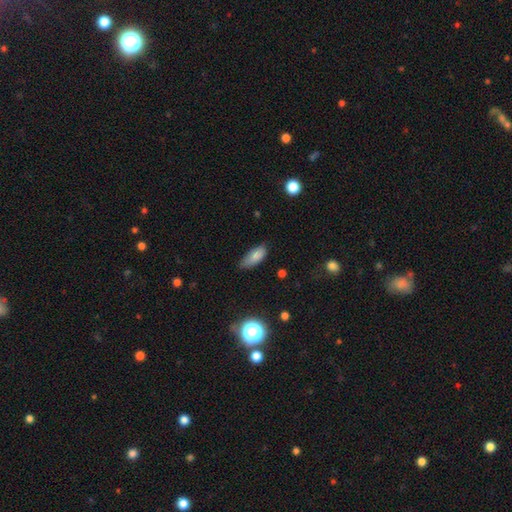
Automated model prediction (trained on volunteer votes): Smooth or featured: smooth — 83% (star or artifact — 9%)
How rounded: in between — 83% (cigar-shaped — 15%)
Merging: none — 64% (minor disturbance — 29%)